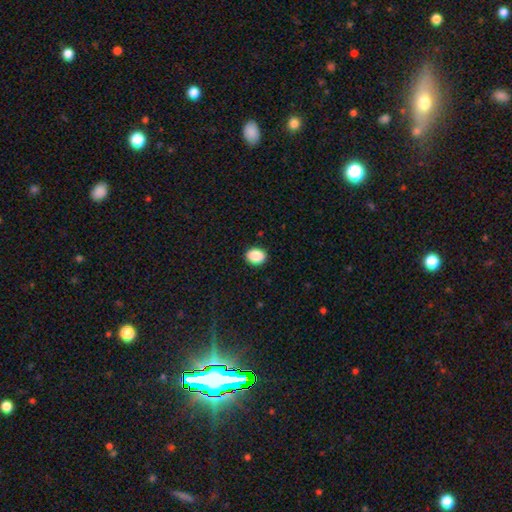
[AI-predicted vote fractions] smooth_or_featured: smooth (p=0.89) [alt: star or artifact p=0.08]
how_rounded: round (p=0.52) [alt: in between p=0.48]
merging: none (p=0.90) [alt: minor disturbance p=0.07]